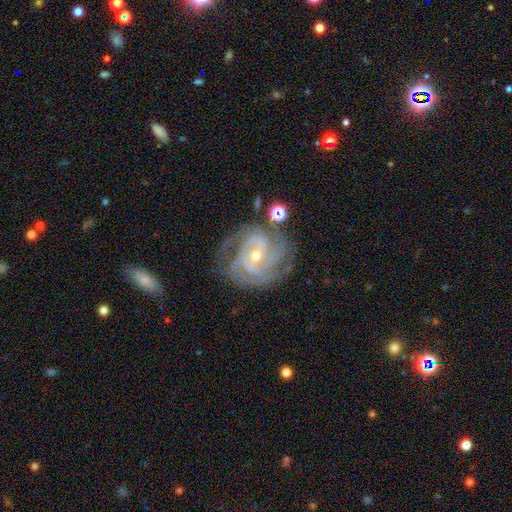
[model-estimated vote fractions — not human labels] This is clearly a featured or disk galaxy (89%). It is clearly not viewed edge-on (97%). Bar: possibly no (50%). Spiral arm pattern: clearly yes (97%). Spiral arm count: marginally 3 (32%). Spiral winding: likely tight (62%). Central bulge: possibly small (60%). Merging: likely none (70%).